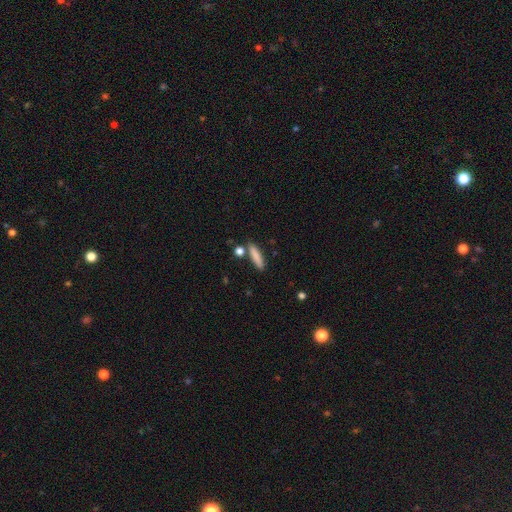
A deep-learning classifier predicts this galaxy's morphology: Smooth or featured?
  - smooth: 83% *
  - featured or disk: 10%
  - star or artifact: 7%
How rounded?
  - cigar-shaped: 76% *
  - in between: 21%
  - round: 3%
Merging?
  - none: 78% *
  - minor disturbance: 11%
  - merger: 8%
  - major disturbance: 3%